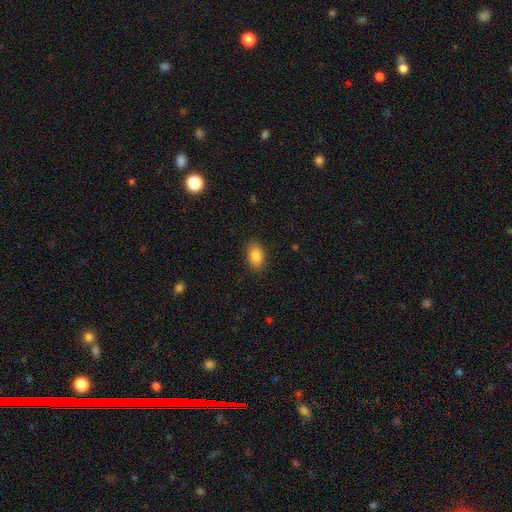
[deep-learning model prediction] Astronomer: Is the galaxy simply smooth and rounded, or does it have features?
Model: smooth — 86%.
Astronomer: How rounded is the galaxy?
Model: in between — 88%.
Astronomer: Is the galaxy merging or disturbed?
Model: none — 88%.